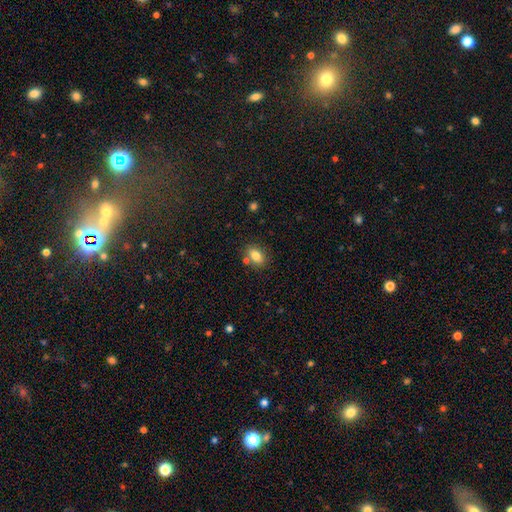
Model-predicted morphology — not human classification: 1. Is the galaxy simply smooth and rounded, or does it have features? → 80% smooth, 11% featured or disk, 9% star or artifact.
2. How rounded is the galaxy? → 79% in between, 18% round, 2% cigar-shaped.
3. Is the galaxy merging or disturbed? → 74% none, 12% minor disturbance, 11% merger, 3% major disturbance.